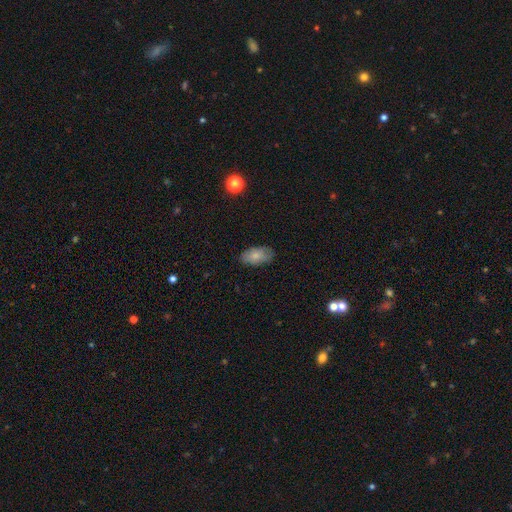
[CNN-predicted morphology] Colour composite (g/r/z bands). It shows a smooth galaxy with no disk features (81%) that is in between round and cigar-shaped (93%). Merging: none (81%).